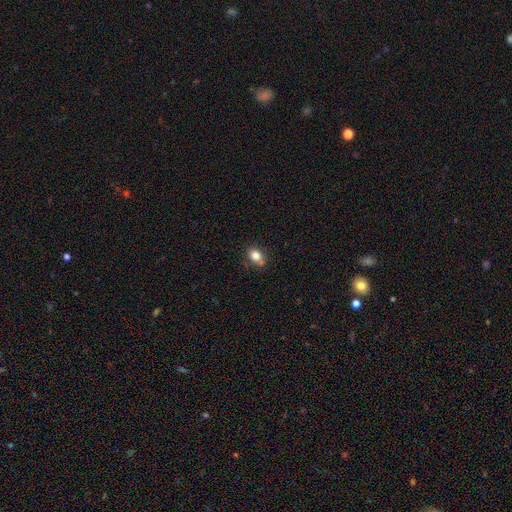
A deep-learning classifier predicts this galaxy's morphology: This is clearly a smooth galaxy (82%). How rounded: likely in between (67%). Merging: likely none (72%).